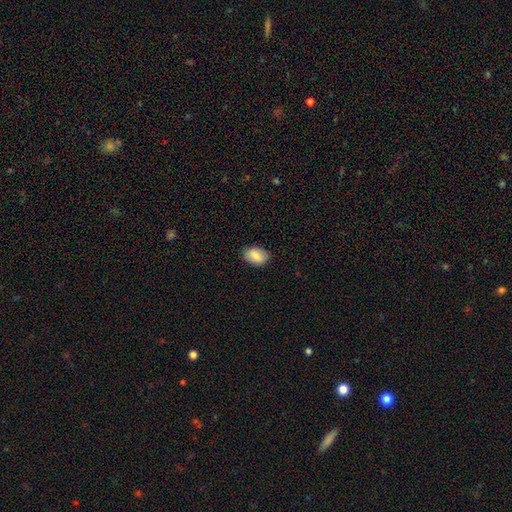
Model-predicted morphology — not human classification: A smooth galaxy with no disk features (86%) that is in between round and cigar-shaped (88%). Merging: none (87%).